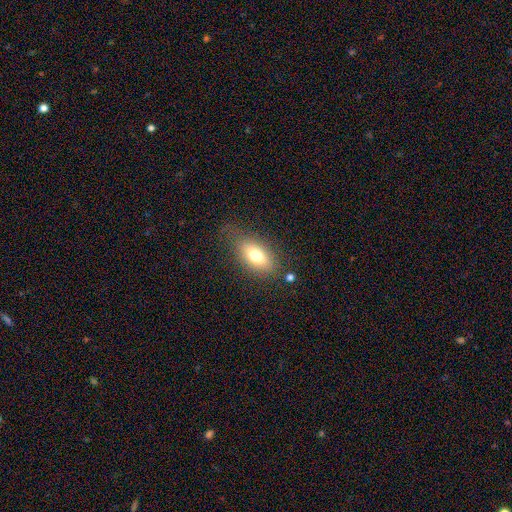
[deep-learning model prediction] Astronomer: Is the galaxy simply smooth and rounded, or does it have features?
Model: smooth — 74%.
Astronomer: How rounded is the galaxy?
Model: in between — 87%.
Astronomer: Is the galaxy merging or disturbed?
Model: none — 71%.